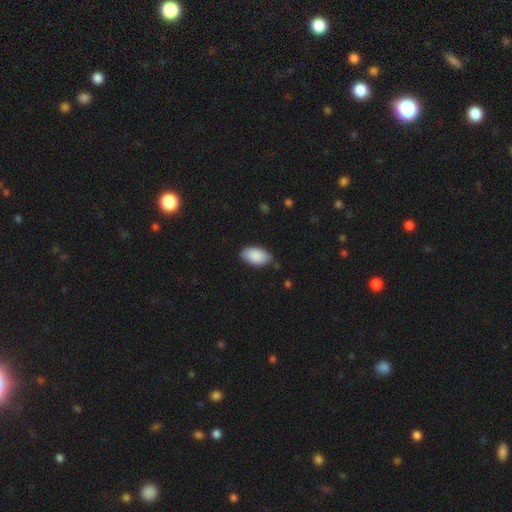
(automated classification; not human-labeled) A smooth galaxy with no disk features (90%) that is in between round and cigar-shaped (95%). Merging: none (81%).